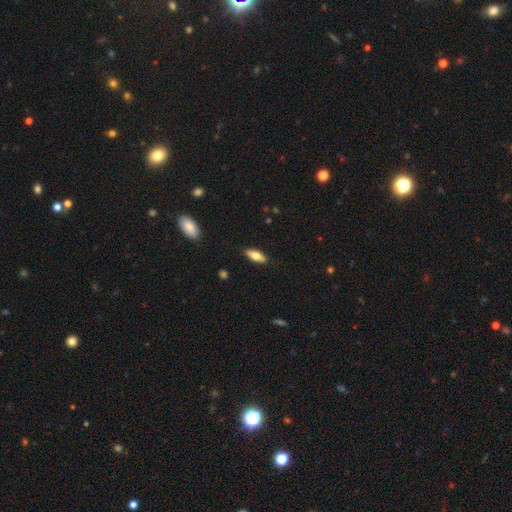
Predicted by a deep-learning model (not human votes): Smooth or featured: smooth — 70% (featured or disk — 24%)
How rounded: in between — 71% (cigar-shaped — 27%)
Merging: none — 88% (minor disturbance — 9%)